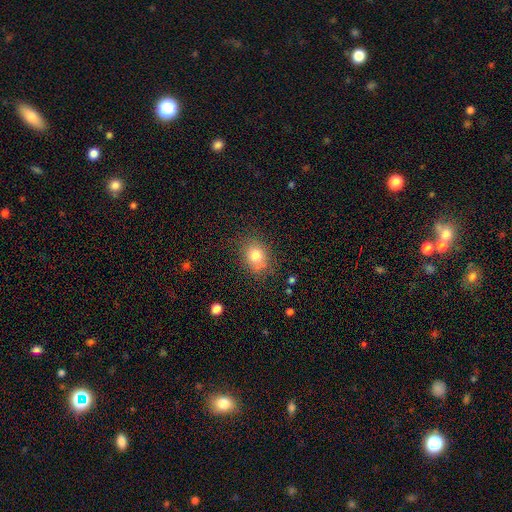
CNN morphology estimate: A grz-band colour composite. It shows a smooth galaxy with no disk features (78%) that is in between round and cigar-shaped (52%). Merging: none (75%).